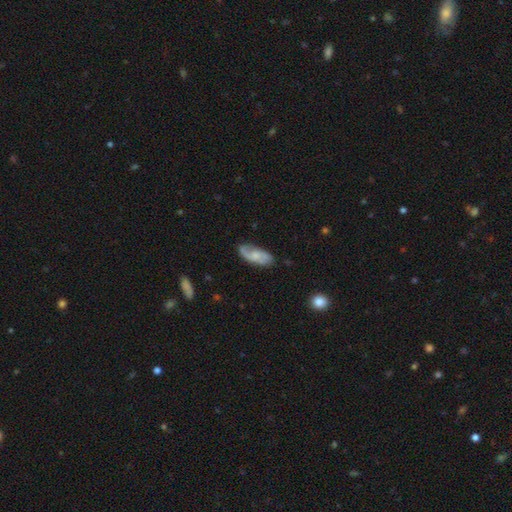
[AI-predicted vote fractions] The model was most divided on "bulge size": small: 43%, moderate: 36%, none: 16%, large: 4%, dominant: 1%. More confident: edge-on disk — no (90%); spiral arms — yes (88%); merging — none (72%); bar — no (64%); smooth or featured — featured or disk (57%).